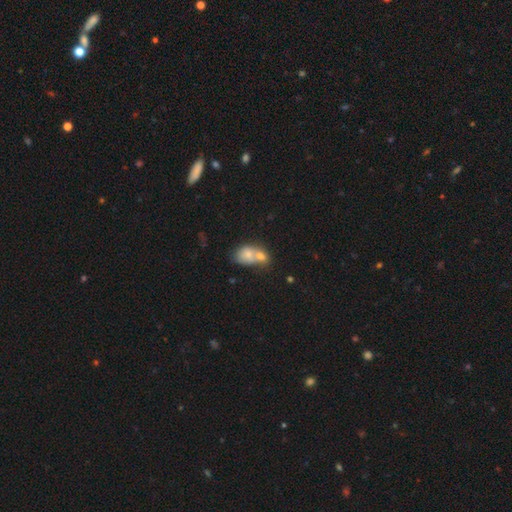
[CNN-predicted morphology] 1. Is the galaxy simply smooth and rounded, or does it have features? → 69% smooth, 21% featured or disk, 10% star or artifact.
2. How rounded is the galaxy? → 63% in between, 35% round, 2% cigar-shaped.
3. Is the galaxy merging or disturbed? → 66% merger, 22% none, 8% minor disturbance, 4% major disturbance.